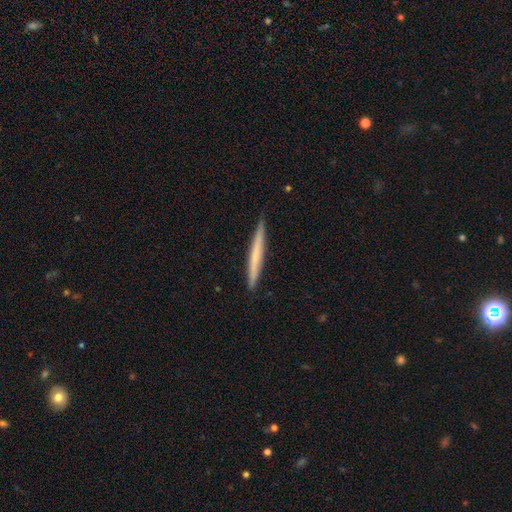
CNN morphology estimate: smooth_or_featured: smooth (p=0.58) [alt: featured or disk p=0.36]
how_rounded: cigar-shaped (p=0.97) [alt: in between p=0.02]
merging: none (p=0.91) [alt: minor disturbance p=0.07]